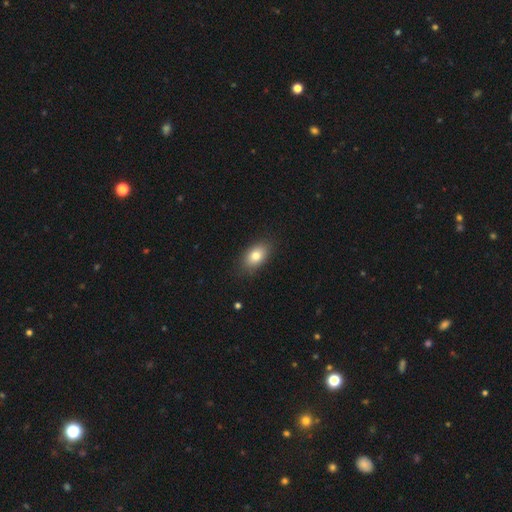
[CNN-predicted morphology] Q: Smooth or featured?
A: smooth (80%); runner-up: featured or disk (12%)
Q: How rounded?
A: in between (86%); runner-up: round (12%)
Q: Merging?
A: none (84%); runner-up: minor disturbance (12%)